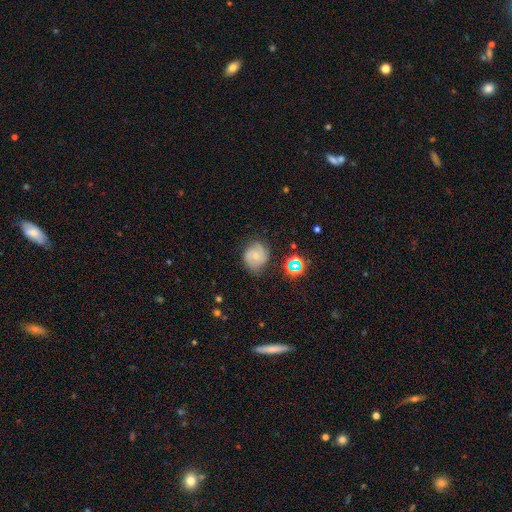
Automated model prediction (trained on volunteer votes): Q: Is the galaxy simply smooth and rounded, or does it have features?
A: featured or disk — 60%.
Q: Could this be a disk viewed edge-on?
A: no — 97%.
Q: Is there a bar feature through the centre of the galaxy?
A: no — 66%.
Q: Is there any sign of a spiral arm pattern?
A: yes — 89%.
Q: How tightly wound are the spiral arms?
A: tight — 44%.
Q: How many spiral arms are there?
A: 2 — 63%.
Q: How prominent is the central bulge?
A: small — 63%.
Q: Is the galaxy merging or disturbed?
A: none — 67%.